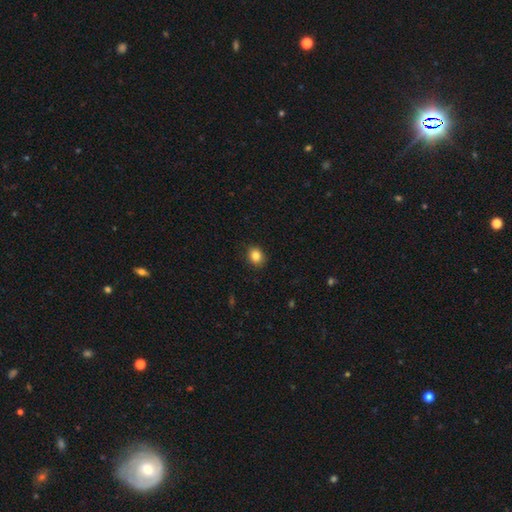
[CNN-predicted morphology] A smooth galaxy with no disk features (84%) that is round (69%). Merging: none (89%).